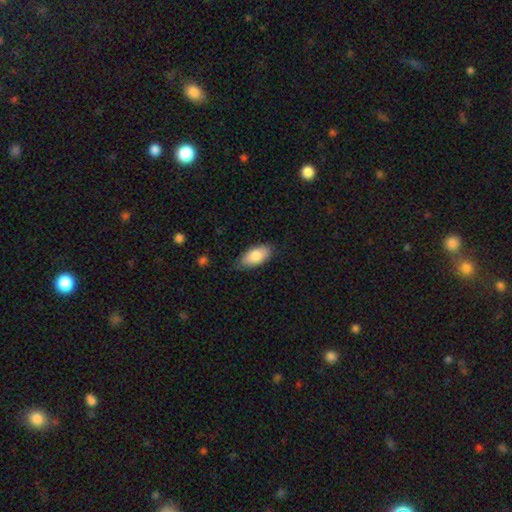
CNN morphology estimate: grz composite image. It shows a smooth galaxy with no disk features (82%) that is in between round and cigar-shaped (92%). Merging: none (77%).